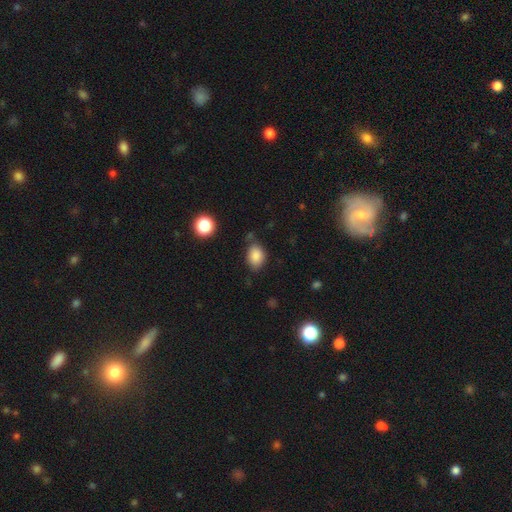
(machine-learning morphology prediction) smooth 86%, star or artifact 9%, featured or disk 6%. Down the decision tree: how rounded — in between (75%); merging — none (69%).